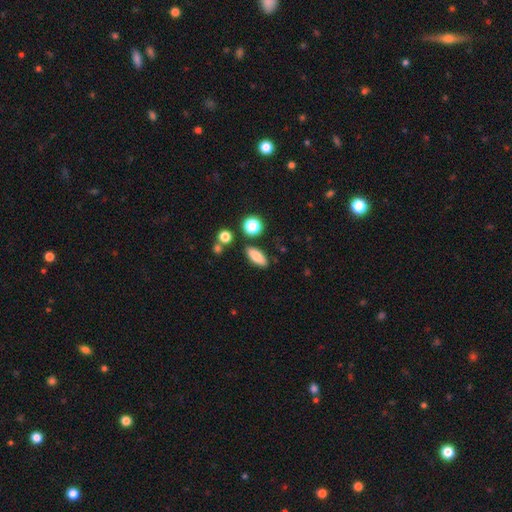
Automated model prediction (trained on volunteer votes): This appears to be a smooth galaxy with no disk features (80%) that is in between round and cigar-shaped (75%). Merging: none (84%).